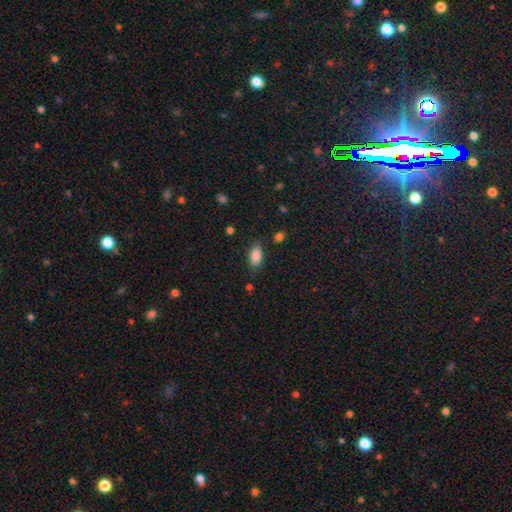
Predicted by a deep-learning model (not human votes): Smooth or featured? Predicted: smooth (p=0.87). How rounded? Predicted: in between (p=0.91). Merging? Predicted: none (p=0.80).